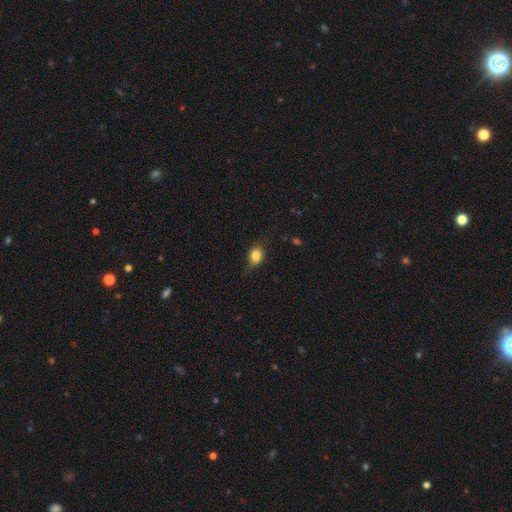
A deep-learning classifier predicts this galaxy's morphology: This is clearly a smooth galaxy (82%). How rounded: possibly in between (55%). Merging: likely none (69%).